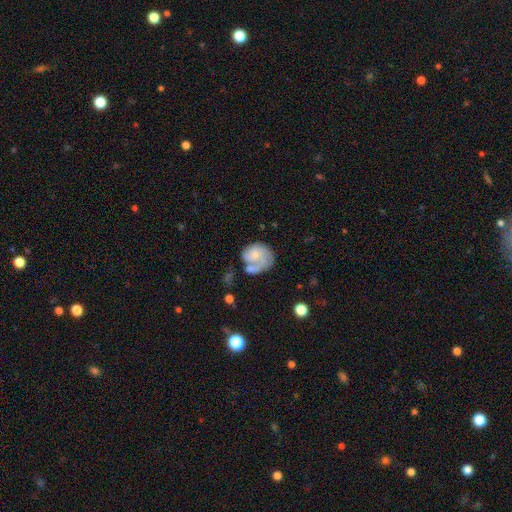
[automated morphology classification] Smooth or featured?
  - featured or disk: 48% *
  - smooth: 45%
  - star or artifact: 7%
Merging?
  - none: 35% *
  - major disturbance: 24%
  - minor disturbance: 21%
  - merger: 19%